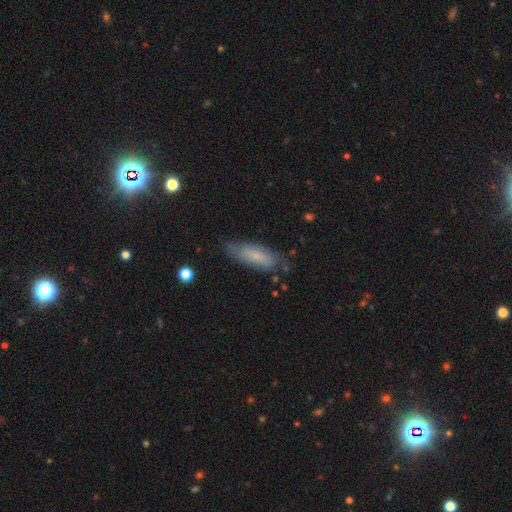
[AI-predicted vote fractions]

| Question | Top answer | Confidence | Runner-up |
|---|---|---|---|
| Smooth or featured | smooth | 66% | featured or disk (27%) |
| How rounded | in between | 59% | cigar-shaped (39%) |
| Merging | none | 71% | minor disturbance (21%) |